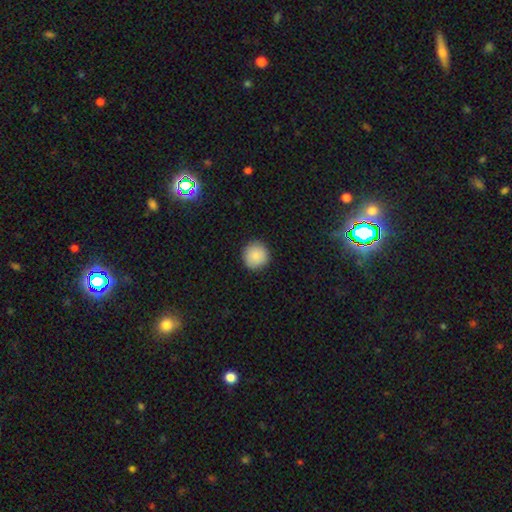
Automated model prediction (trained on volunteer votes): Smooth or featured? smooth (88%)
How rounded? round (95%)
Merging? none (91%)